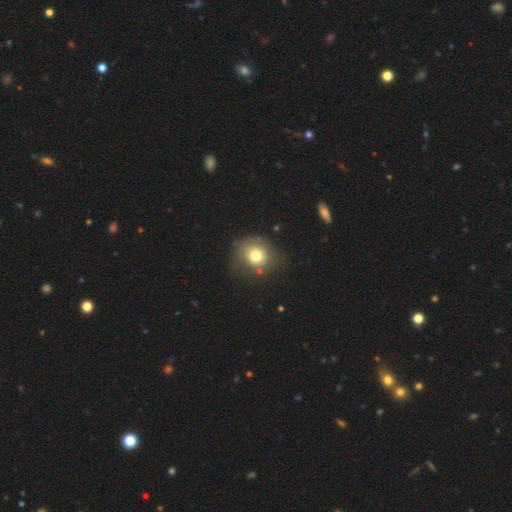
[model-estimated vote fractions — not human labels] Smooth or featured?
  - smooth: 73% *
  - featured or disk: 15%
  - star or artifact: 11%
How rounded?
  - round: 81% *
  - in between: 18%
  - cigar-shaped: 1%
Merging?
  - none: 70% *
  - minor disturbance: 18%
  - major disturbance: 7%
  - merger: 4%